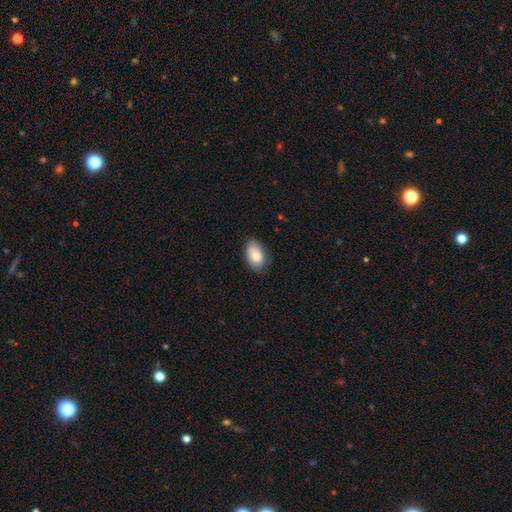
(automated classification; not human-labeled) A smooth galaxy with no disk features (81%) that is in between round and cigar-shaped (90%).

Vote fractions:
- Smooth or featured? smooth: 81% / featured or disk: 12% / star or artifact: 7%
- How rounded? in between: 90% / round: 9% / cigar-shaped: 1%
- Merging? none: 75% / minor disturbance: 20% / major disturbance: 3% / merger: 1%